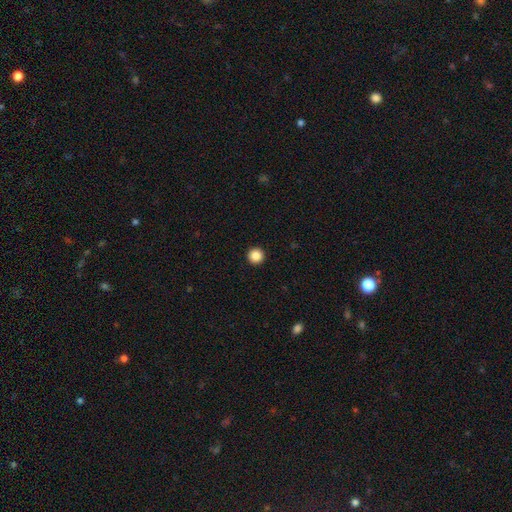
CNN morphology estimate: smooth-or-featured: smooth: 87% | star or artifact: 10% | featured or disk: 3%
  how-rounded: round: 97% | in between: 2% | cigar-shaped: 1%
  merging: none: 94% | minor disturbance: 3% | major disturbance: 1% | merger: 1%